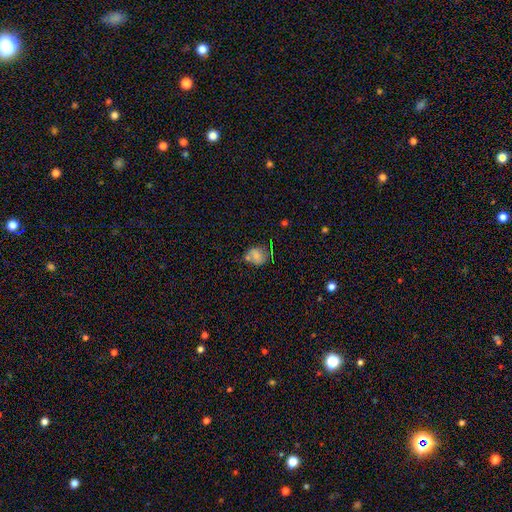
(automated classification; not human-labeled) Q: Smooth or featured?
A: smooth (62%); runner-up: featured or disk (25%)
Q: How rounded?
A: round (58%); runner-up: in between (40%)
Q: Merging?
A: none (49%); runner-up: minor disturbance (25%)